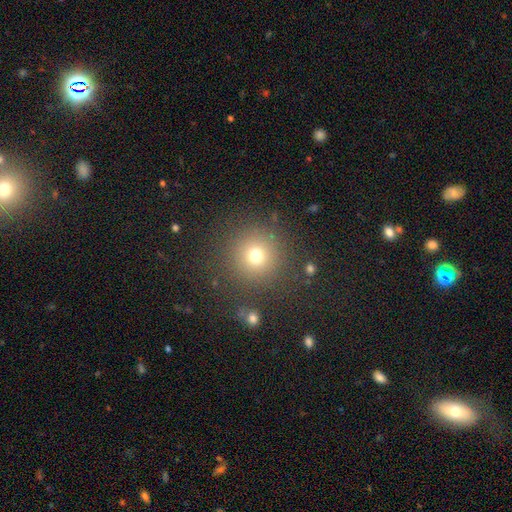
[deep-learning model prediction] This appears to be a smooth galaxy with no disk features (72%) that is round (95%). Merging: none (86%).